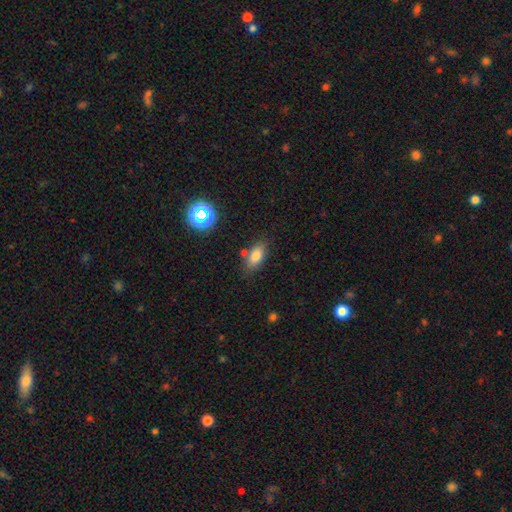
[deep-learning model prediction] smooth-or-featured: smooth: 80% | star or artifact: 11% | featured or disk: 9%
  how-rounded: in between: 86% | cigar-shaped: 8% | round: 6%
  merging: none: 75% | minor disturbance: 14% | merger: 7% | major disturbance: 4%